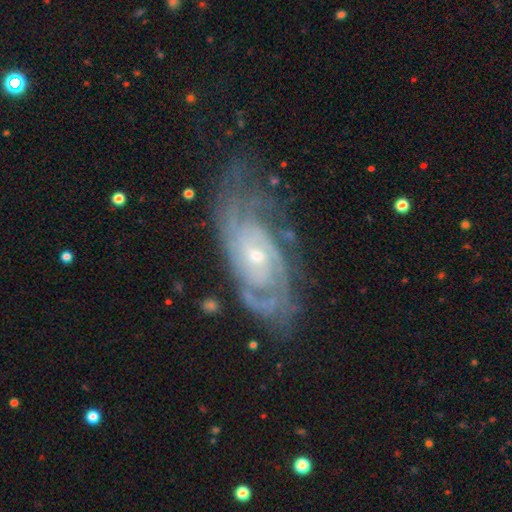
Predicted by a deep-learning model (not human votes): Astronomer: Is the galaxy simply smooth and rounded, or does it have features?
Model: featured or disk — 89%.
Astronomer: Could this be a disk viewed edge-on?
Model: no — 94%.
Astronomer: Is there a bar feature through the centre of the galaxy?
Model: no — 69%.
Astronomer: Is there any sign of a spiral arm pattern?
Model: yes — 97%.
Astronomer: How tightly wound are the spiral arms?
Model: tight — 70%.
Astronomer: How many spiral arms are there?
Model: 2 — 32% (runner-up: can't tell, 26%).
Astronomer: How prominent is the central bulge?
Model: small — 66%.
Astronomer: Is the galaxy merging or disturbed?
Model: none — 67%.